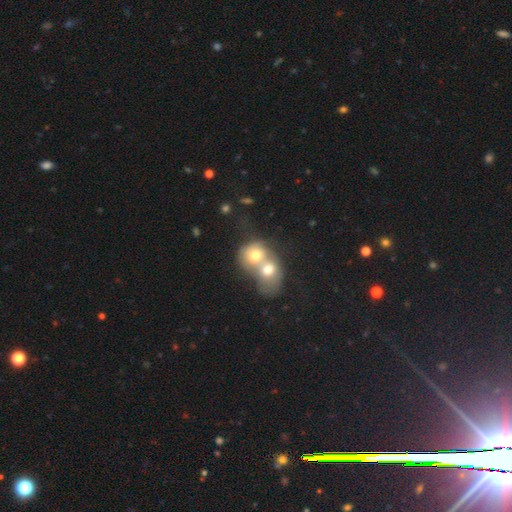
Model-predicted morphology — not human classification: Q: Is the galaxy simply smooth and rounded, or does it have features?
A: smooth — 58%.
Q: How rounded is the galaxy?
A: round — 62%.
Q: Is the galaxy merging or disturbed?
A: merger — 81%.